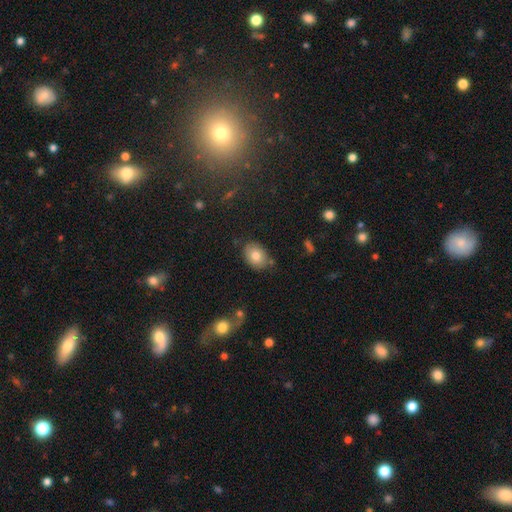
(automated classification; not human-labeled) Smooth or featured? Predicted: smooth (p=0.78). How rounded? Predicted: in between (p=0.72). Merging? Predicted: none (p=0.76).